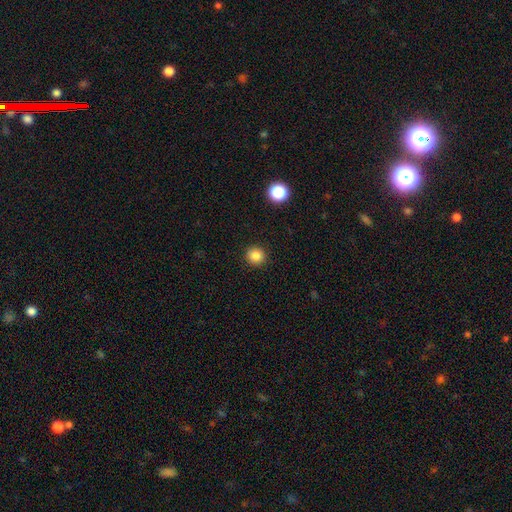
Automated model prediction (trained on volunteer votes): A smooth galaxy with no disk features (85%) that is round (92%).

Vote fractions:
- Smooth or featured? smooth: 85% / star or artifact: 11% / featured or disk: 4%
- How rounded? round: 92% / in between: 7% / cigar-shaped: 1%
- Merging? none: 92% / minor disturbance: 5% / major disturbance: 2% / merger: 1%